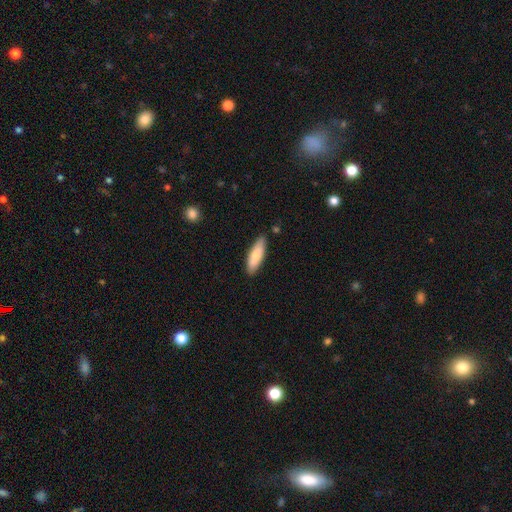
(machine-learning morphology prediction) A smooth galaxy with no disk features (80%) that is in between round and cigar-shaped (50%).

Vote fractions:
- Smooth or featured? smooth: 80% / featured or disk: 15% / star or artifact: 5%
- How rounded? in between: 50% / cigar-shaped: 48% / round: 2%
- Merging? none: 83% / minor disturbance: 13% / major disturbance: 2% / merger: 2%